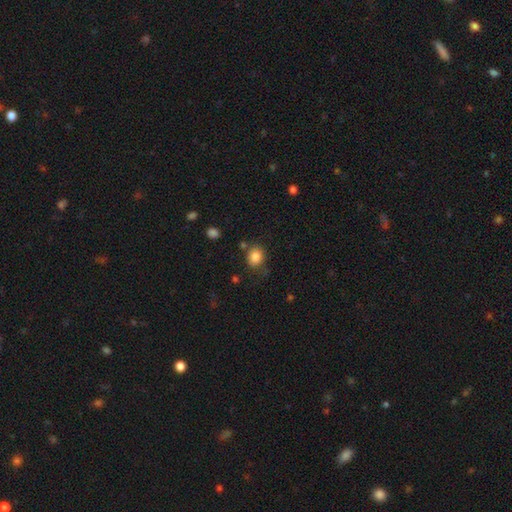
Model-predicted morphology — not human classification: smooth-or-featured: smooth: 85% | star or artifact: 10% | featured or disk: 5%
  how-rounded: round: 64% | in between: 35% | cigar-shaped: 1%
  merging: none: 75% | minor disturbance: 14% | merger: 6% | major disturbance: 5%